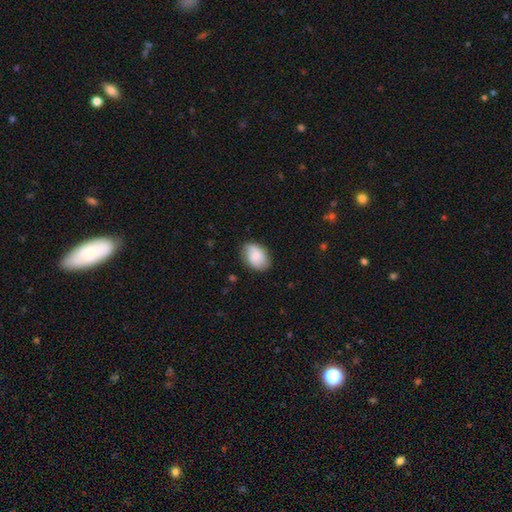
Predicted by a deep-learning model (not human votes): Smooth or featured: smooth — 76% (featured or disk — 16%)
How rounded: in between — 78% (round — 21%)
Merging: none — 79% (minor disturbance — 17%)